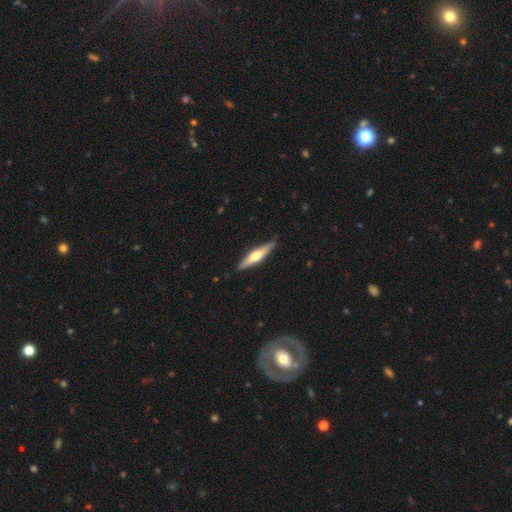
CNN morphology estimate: Q: Smooth or featured?
A: featured or disk (63%); runner-up: smooth (32%)
Q: Edge-on disk?
A: yes (96%); runner-up: no (4%)
Q: Edge-on bulge?
A: rounded (93%); runner-up: boxy (4%)
Q: Merging?
A: none (89%); runner-up: minor disturbance (9%)